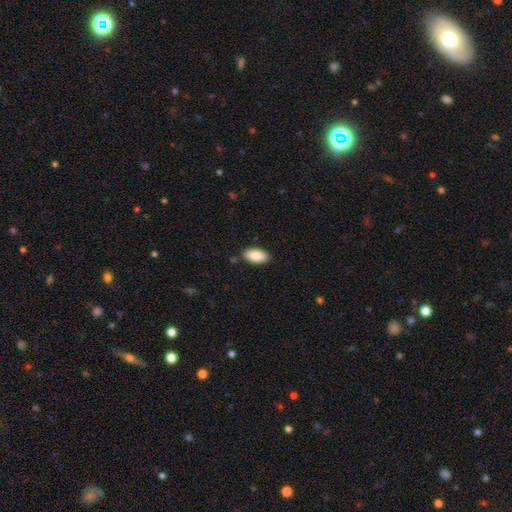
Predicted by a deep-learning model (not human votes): Smooth or featured? Predicted: smooth (p=0.87). How rounded? Predicted: in between (p=0.93). Merging? Predicted: none (p=0.86).